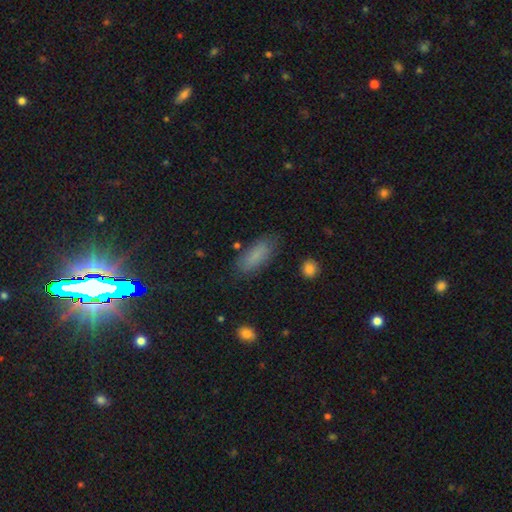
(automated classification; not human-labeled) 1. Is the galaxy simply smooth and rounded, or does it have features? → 81% smooth, 10% featured or disk, 10% star or artifact.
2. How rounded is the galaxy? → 72% in between, 26% cigar-shaped, 3% round.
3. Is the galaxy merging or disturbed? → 79% none, 15% minor disturbance, 4% major disturbance, 2% merger.